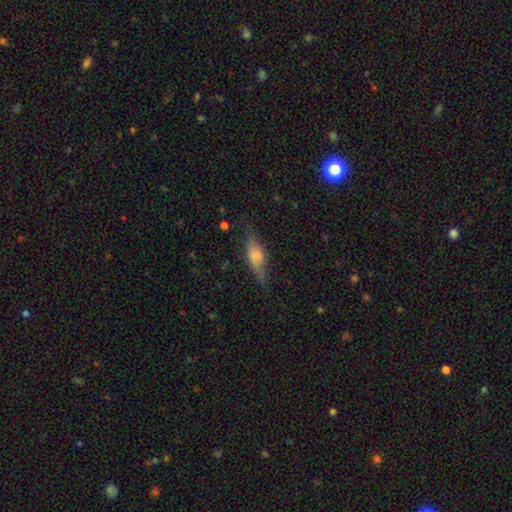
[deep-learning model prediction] The model was most divided on "smooth or featured": smooth: 59%, featured or disk: 32%, star or artifact: 9%. More confident: merging — none (62%); how rounded — in between (61%).